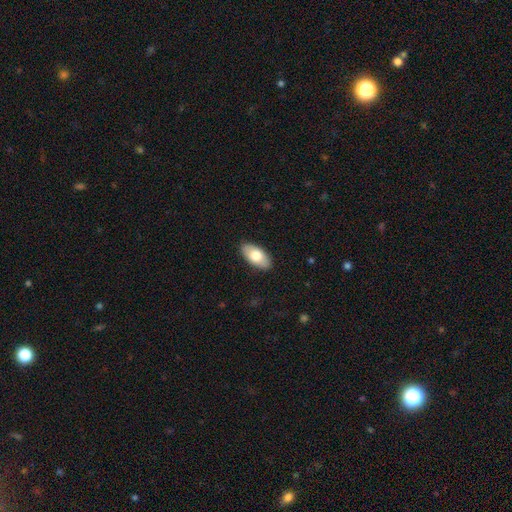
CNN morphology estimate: Smooth or featured: smooth — 75% (featured or disk — 19%)
How rounded: in between — 94% (cigar-shaped — 4%)
Merging: none — 88% (minor disturbance — 9%)